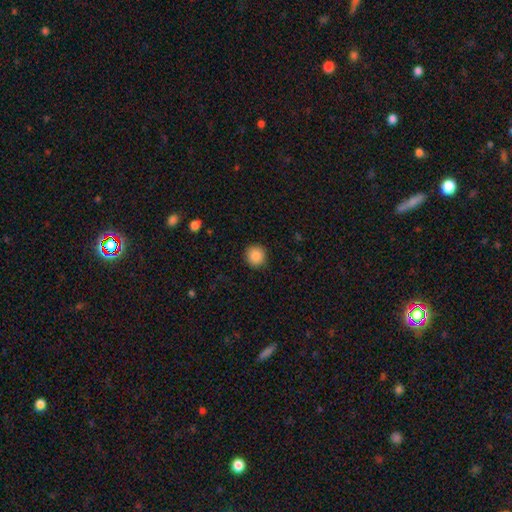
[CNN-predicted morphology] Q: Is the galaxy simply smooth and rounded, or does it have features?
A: smooth — 89%.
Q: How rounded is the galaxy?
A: round — 93%.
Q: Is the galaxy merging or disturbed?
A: none — 91%.